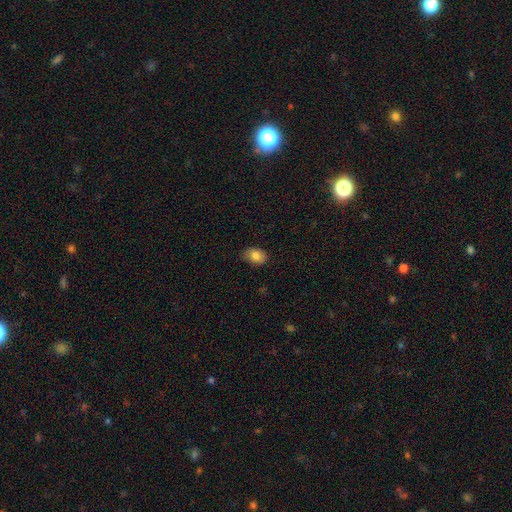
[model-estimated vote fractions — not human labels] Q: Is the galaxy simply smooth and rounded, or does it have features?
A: smooth — 82%.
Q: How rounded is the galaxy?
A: in between — 78%.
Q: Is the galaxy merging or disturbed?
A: none — 82%.